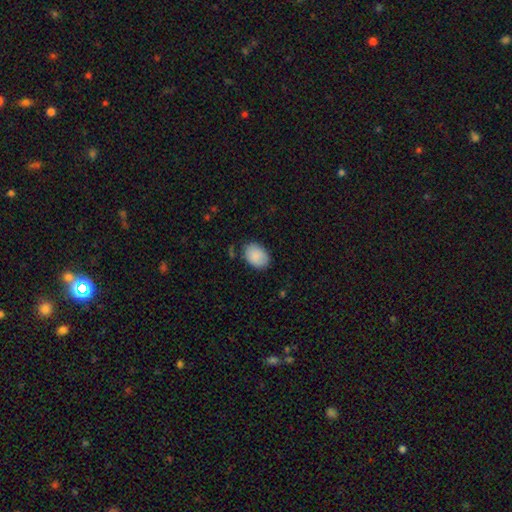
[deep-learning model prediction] This is clearly a smooth galaxy (89%). How rounded: likely in between (80%). Merging: clearly none (80%).